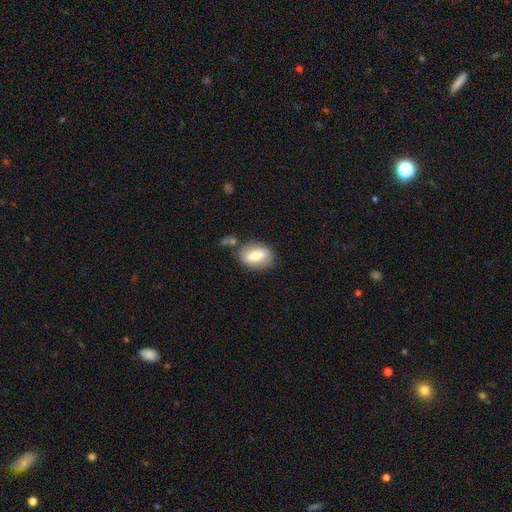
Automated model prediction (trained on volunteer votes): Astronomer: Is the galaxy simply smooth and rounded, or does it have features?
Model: smooth — 69%.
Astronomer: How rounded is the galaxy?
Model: in between — 84%.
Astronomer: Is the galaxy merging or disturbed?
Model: none — 70%.